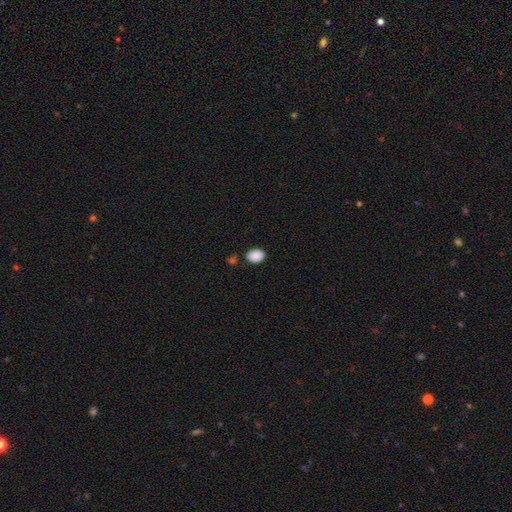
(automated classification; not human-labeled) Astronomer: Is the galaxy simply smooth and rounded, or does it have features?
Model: smooth — 89%.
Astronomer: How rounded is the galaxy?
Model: in between — 72%.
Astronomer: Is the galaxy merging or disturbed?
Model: none — 77%.